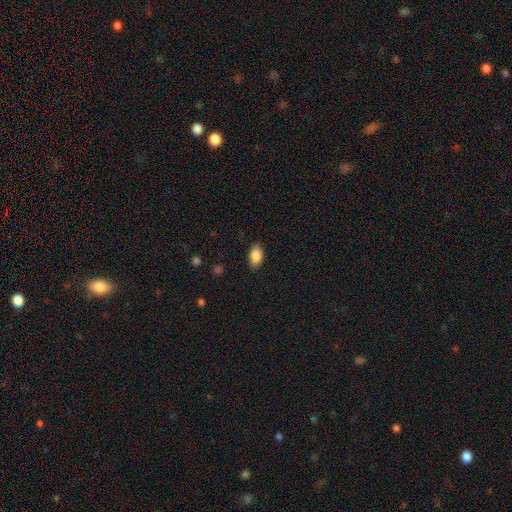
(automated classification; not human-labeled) This is clearly a smooth galaxy (87%). How rounded: clearly in between (92%). Merging: clearly none (87%).